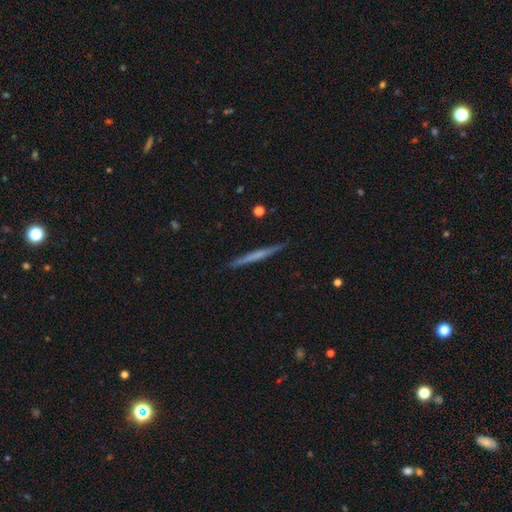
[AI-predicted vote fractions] smooth_or_featured: featured or disk (p=0.49) [alt: smooth p=0.45]
merging: none (p=0.91) [alt: minor disturbance p=0.07]